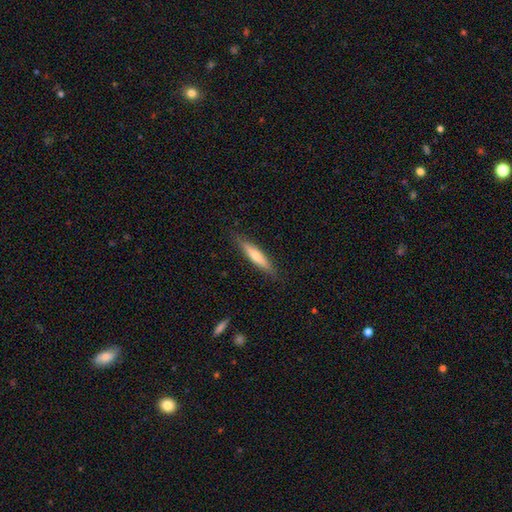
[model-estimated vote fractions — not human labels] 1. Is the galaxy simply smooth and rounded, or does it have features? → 56% smooth, 39% featured or disk, 6% star or artifact.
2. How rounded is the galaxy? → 87% cigar-shaped, 12% in between, 1% round.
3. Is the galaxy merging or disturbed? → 87% none, 10% minor disturbance, 2% major disturbance, 1% merger.